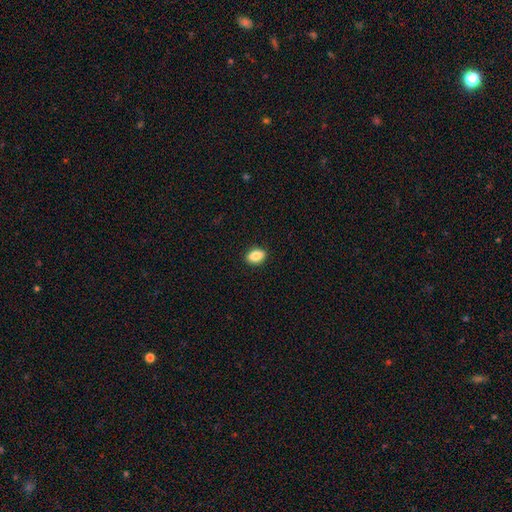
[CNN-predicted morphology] This is clearly a smooth galaxy (85%). How rounded: clearly in between (81%). Merging: clearly none (90%).